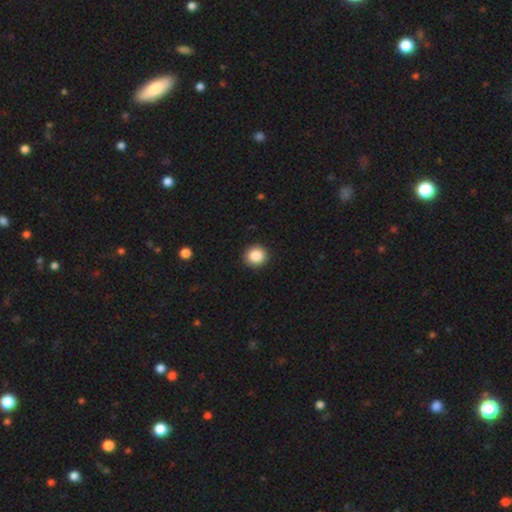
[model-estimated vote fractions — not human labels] Smooth or featured? smooth (87%)
How rounded? round (91%)
Merging? none (92%)